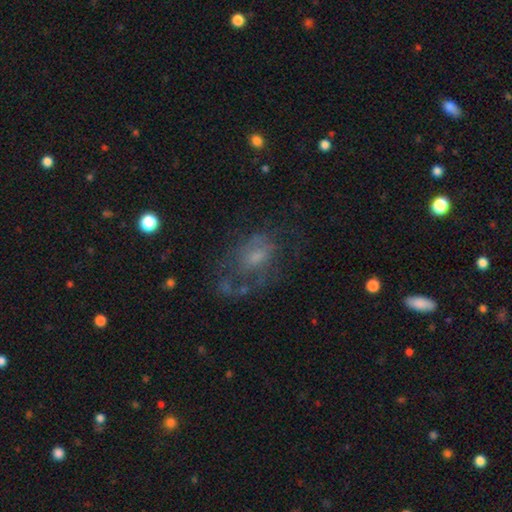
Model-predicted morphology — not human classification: The model was most divided on "bulge size": small: 41%, moderate: 39%, none: 13%, large: 5%, dominant: 1%. Remaining: edge-on disk — no (96%); bar — no (60%); spiral arms — yes (59%); smooth or featured — featured or disk (58%); merging — none (43%).